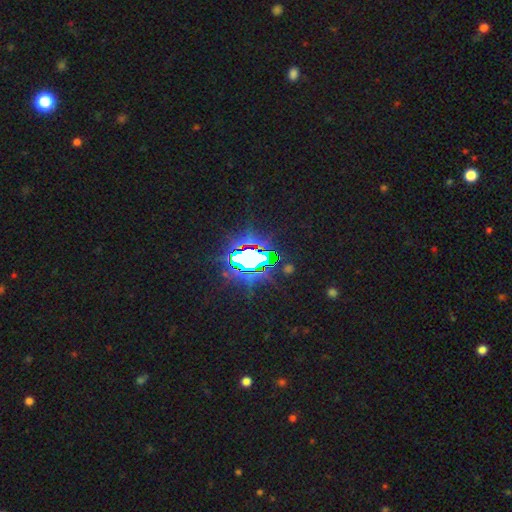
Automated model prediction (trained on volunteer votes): A star or artifact, not a galaxy (76%).

Vote fractions:
- Smooth or featured? star or artifact: 76% / smooth: 13% / featured or disk: 11%